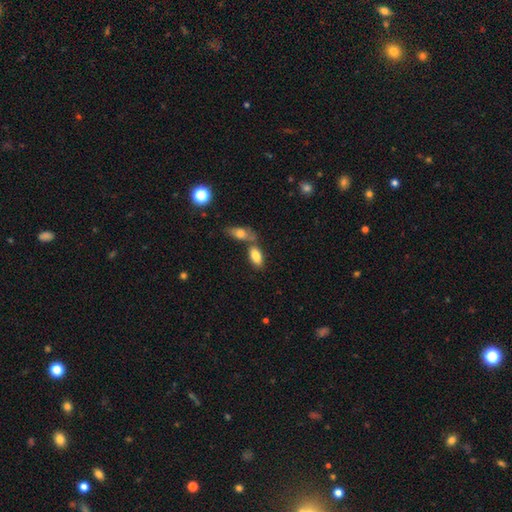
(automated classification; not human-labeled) This is clearly a smooth galaxy (82%). How rounded: clearly in between (89%). Merging: possibly none (54%).